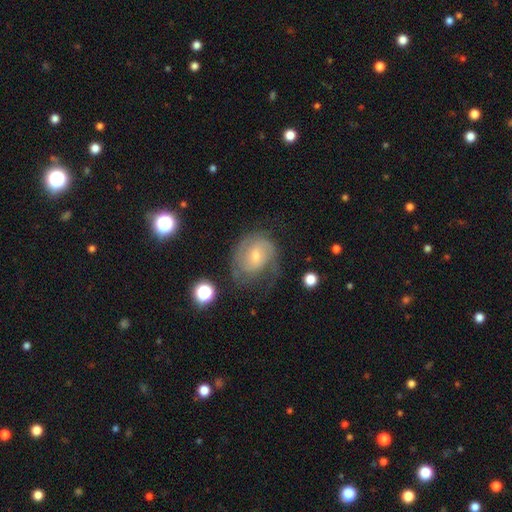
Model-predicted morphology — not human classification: Smooth or featured?
  - featured or disk: 73% *
  - smooth: 19%
  - star or artifact: 8%
Edge-on disk?
  - no: 97% *
  - yes: 3%
Bar?
  - weak: 46% *
  - no: 45%
  - strong: 9%
Spiral arms?
  - yes: 89% *
  - no: 11%
Spiral winding?
  - tight: 46% *
  - medium: 39%
  - loose: 15%
Spiral arm count?
  - 2: 41% *
  - can't tell: 33%
  - 3: 10%
  - 1: 10%
  - 4: 3%
  - more than 4: 3%
Bulge size?
  - small: 62% *
  - moderate: 33%
  - none: 2%
  - large: 2%
  - dominant: 1%
Merging?
  - none: 51% *
  - minor disturbance: 25%
  - major disturbance: 22%
  - merger: 2%